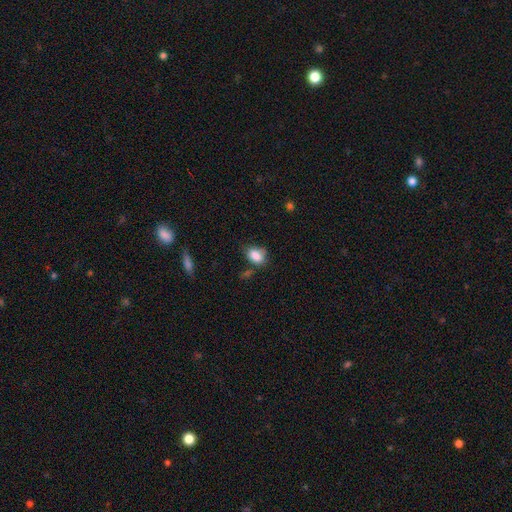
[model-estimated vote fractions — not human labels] A smooth galaxy with no disk features (84%) that is in between round and cigar-shaped (78%). Merging: none (56%).